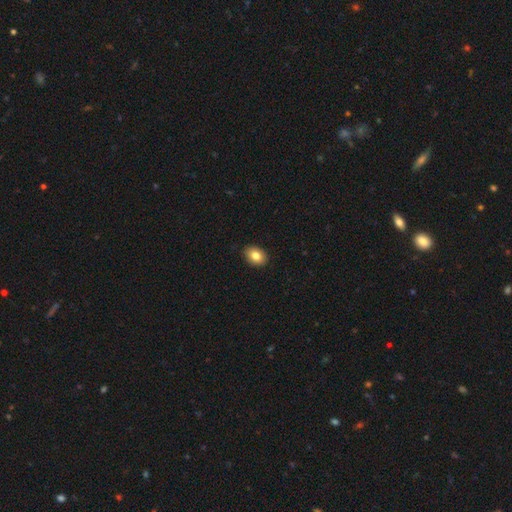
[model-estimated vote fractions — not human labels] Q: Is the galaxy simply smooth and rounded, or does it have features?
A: smooth — 83%.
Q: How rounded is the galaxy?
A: in between — 77%.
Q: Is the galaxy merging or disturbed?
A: none — 90%.